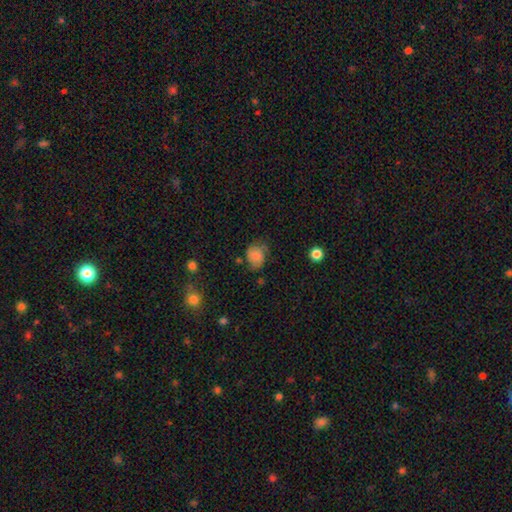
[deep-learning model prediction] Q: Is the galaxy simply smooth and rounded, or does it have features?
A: smooth — 73%.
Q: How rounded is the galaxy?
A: round — 53%.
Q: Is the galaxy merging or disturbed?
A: none — 50%.